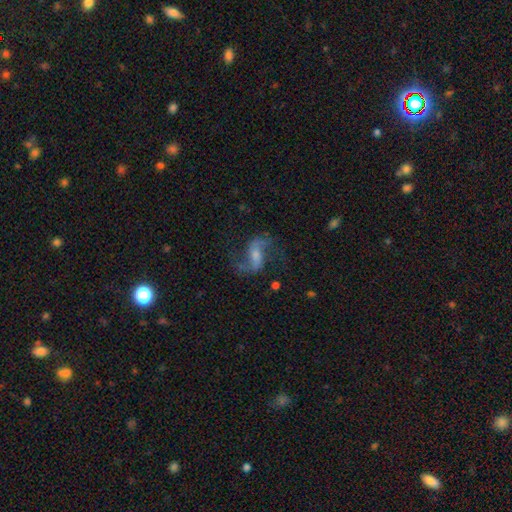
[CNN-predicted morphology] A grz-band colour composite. It shows a featured or disk galaxy (85%) with a weak bar (45%), 2 (93%) loose (64%) spiral arms (96%) and a small central bulge (45%). Merging: none (75%).